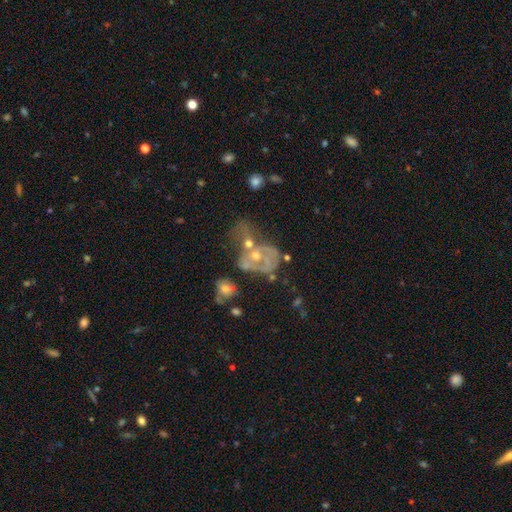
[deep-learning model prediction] smooth_or_featured: featured or disk (p=0.61) [alt: smooth p=0.25]
disk_edge_on: no (p=0.97) [alt: yes p=0.03]
bar: no (p=0.83) [alt: weak p=0.13]
has_spiral_arms: no (p=0.60) [alt: yes p=0.40]
bulge_size: moderate (p=0.49) [alt: small p=0.38]
merging: merger (p=0.47) [alt: major disturbance p=0.21]